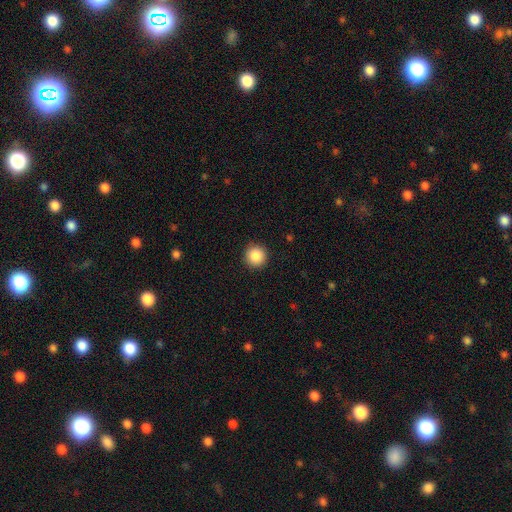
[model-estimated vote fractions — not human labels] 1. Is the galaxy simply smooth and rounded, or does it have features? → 87% smooth, 9% star or artifact, 4% featured or disk.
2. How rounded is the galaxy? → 95% round, 4% in between, 1% cigar-shaped.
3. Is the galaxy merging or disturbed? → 92% none, 5% minor disturbance, 2% major disturbance, 1% merger.